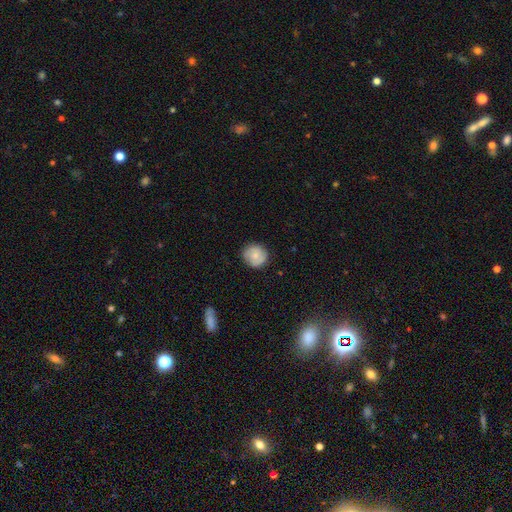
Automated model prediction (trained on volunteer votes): Smooth or featured? smooth (69%)
How rounded? round (89%)
Merging? none (83%)